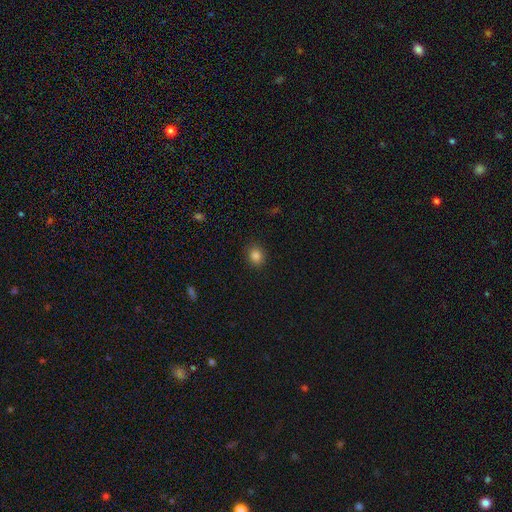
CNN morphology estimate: This is clearly a smooth galaxy (84%). How rounded: likely round (68%). Merging: clearly none (89%).